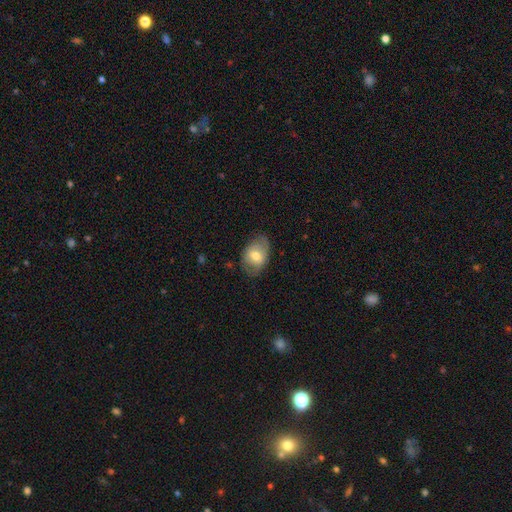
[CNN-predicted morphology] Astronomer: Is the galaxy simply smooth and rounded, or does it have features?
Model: smooth — 55% (runner-up: featured or disk, 38%).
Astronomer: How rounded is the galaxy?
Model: in between — 76%.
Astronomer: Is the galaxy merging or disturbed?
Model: none — 64%.